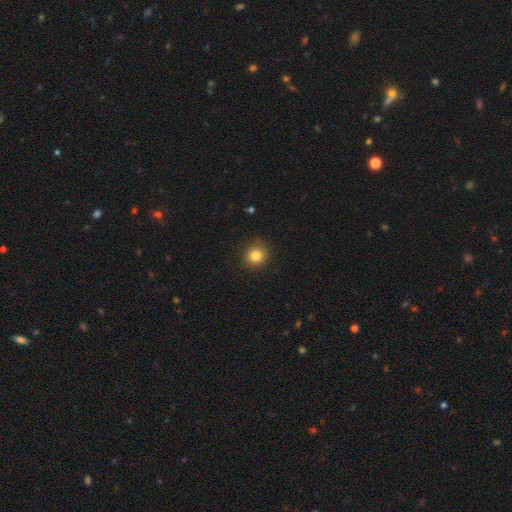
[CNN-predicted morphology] smooth-or-featured: smooth: 83% | star or artifact: 12% | featured or disk: 6%
  how-rounded: round: 88% | in between: 11% | cigar-shaped: 1%
  merging: none: 88% | minor disturbance: 9% | major disturbance: 2% | merger: 1%